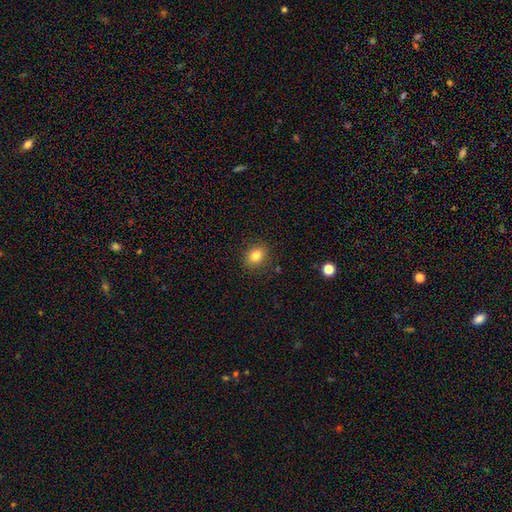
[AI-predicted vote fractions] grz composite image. It shows a smooth galaxy with no disk features (82%) that is round (55%). Merging: none (87%).